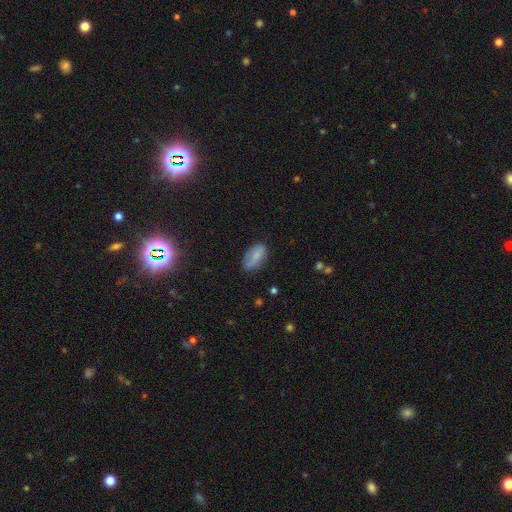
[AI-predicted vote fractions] Morphology: type=smooth (80%); roundness=in between (93%); merging=none (68%).